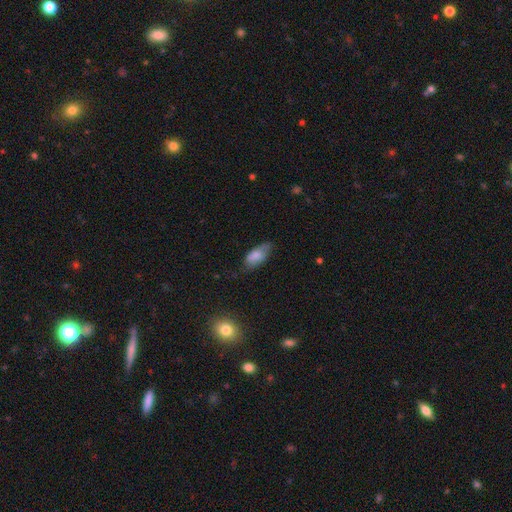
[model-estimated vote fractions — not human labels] This appears to be a smooth galaxy with no disk features (76%) that is in between round and cigar-shaped (88%). Merging: none (57%).